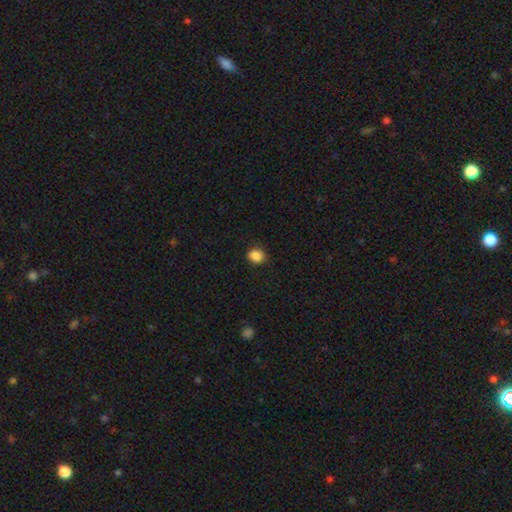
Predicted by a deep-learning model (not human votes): Smooth or featured?
  - smooth: 87% *
  - star or artifact: 10%
  - featured or disk: 3%
How rounded?
  - round: 55% *
  - in between: 44%
  - cigar-shaped: 1%
Merging?
  - none: 86% *
  - minor disturbance: 11%
  - major disturbance: 2%
  - merger: 1%